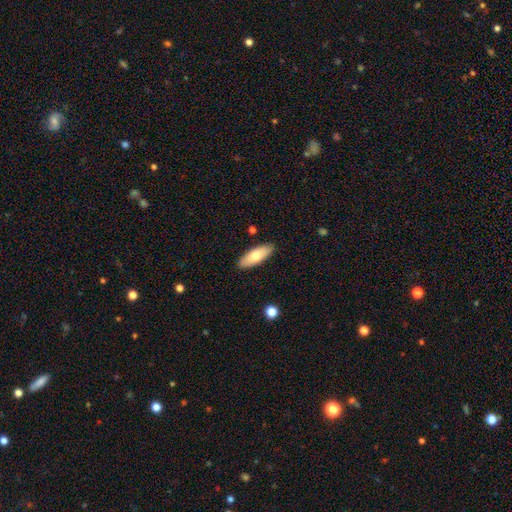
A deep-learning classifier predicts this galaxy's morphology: Q: Smooth or featured?
A: smooth (71%); runner-up: featured or disk (23%)
Q: How rounded?
A: in between (70%); runner-up: cigar-shaped (28%)
Q: Merging?
A: none (89%); runner-up: minor disturbance (8%)